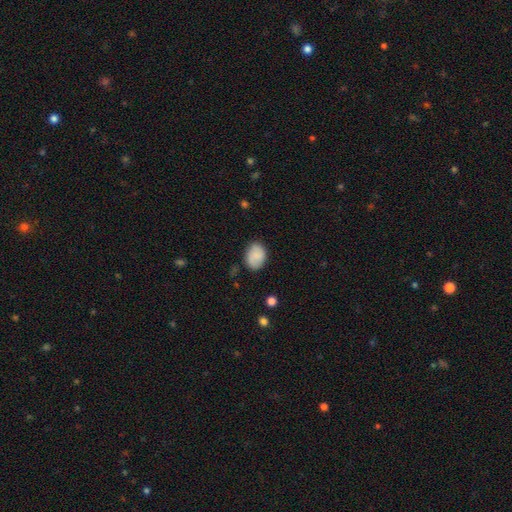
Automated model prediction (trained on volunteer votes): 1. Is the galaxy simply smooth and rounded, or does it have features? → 75% smooth, 17% featured or disk, 8% star or artifact.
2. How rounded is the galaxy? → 70% in between, 29% round, 1% cigar-shaped.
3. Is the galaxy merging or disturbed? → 78% none, 16% minor disturbance, 4% major disturbance, 2% merger.